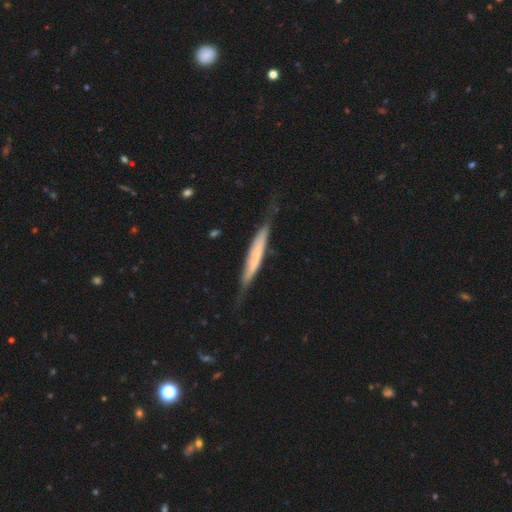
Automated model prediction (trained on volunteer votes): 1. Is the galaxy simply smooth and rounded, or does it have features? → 50% featured or disk, 44% smooth, 6% star or artifact.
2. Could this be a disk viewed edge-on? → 87% yes, 13% no.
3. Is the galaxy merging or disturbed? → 66% none, 24% minor disturbance, 7% major disturbance, 2% merger.